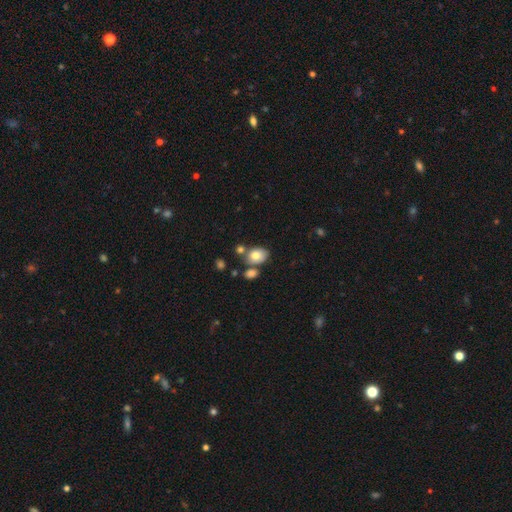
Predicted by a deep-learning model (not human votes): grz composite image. It shows a smooth galaxy with no disk features (77%) that is in between round and cigar-shaped (73%). Merging: none (57%).